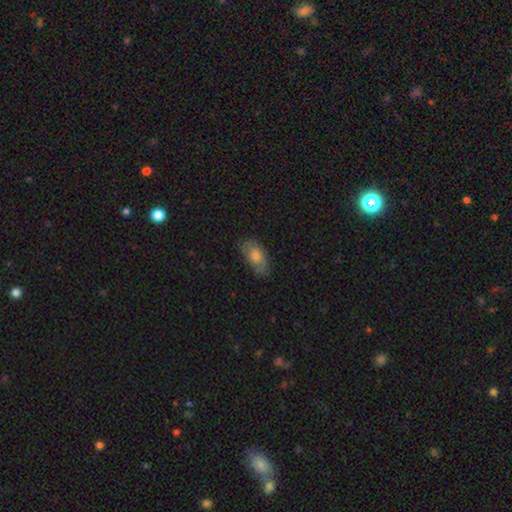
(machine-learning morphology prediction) A smooth galaxy with no disk features (64%) that is in between round and cigar-shaped (89%).

Vote fractions:
- Smooth or featured? smooth: 64% / featured or disk: 28% / star or artifact: 8%
- How rounded? in between: 89% / cigar-shaped: 7% / round: 5%
- Merging? none: 68% / minor disturbance: 23% / major disturbance: 7% / merger: 1%